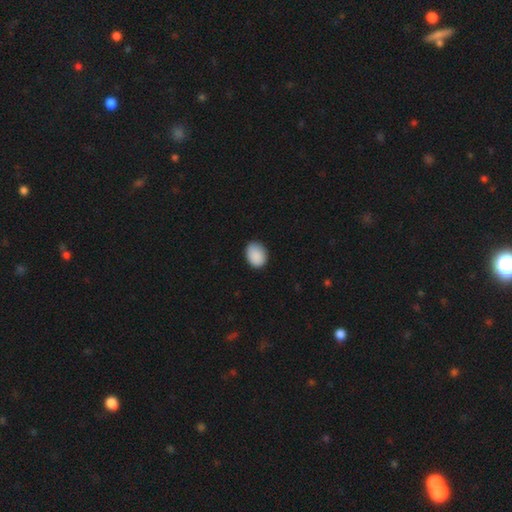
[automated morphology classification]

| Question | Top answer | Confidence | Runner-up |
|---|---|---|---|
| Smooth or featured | smooth | 90% | star or artifact (7%) |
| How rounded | in between | 69% | round (30%) |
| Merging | none | 81% | minor disturbance (16%) |